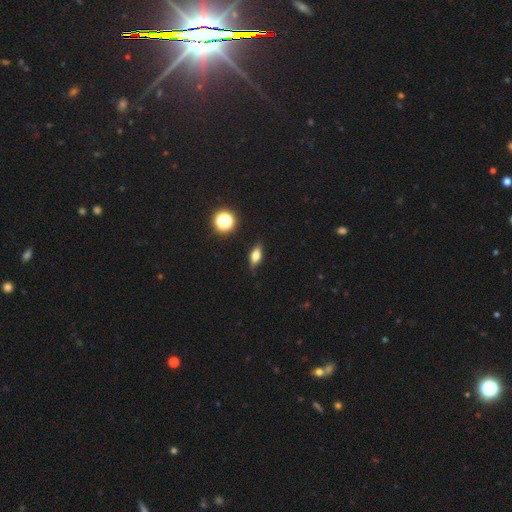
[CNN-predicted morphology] Overall: smooth (64%). How rounded: in between (70%). Merging: none (84%).